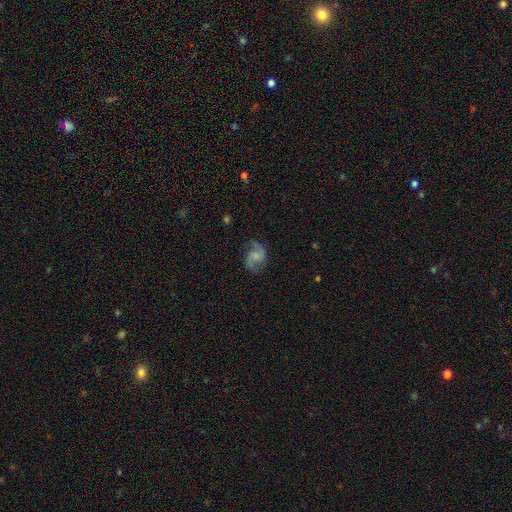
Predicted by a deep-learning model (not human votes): Smooth or featured? featured or disk (77%)
Edge-on disk? no (98%)
Bar? no (60%)
Spiral arms? yes (95%)
Spiral winding? medium (50%)
Spiral arm count? 2 (91%)
Bulge size? none (38%)
Merging? none (75%)